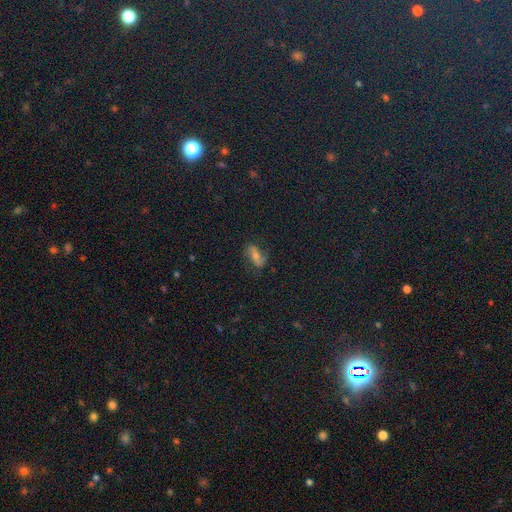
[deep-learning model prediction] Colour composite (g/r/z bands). It shows a star or artifact, not a galaxy (51%).